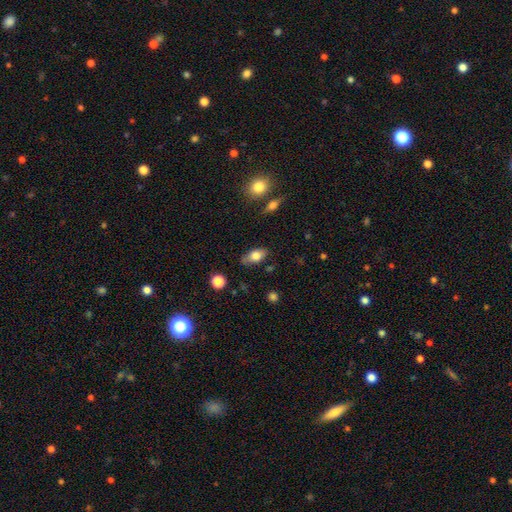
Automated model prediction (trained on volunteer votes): Smooth or featured? Predicted: smooth (p=0.76). How rounded? Predicted: in between (p=0.89). Merging? Predicted: none (p=0.74).